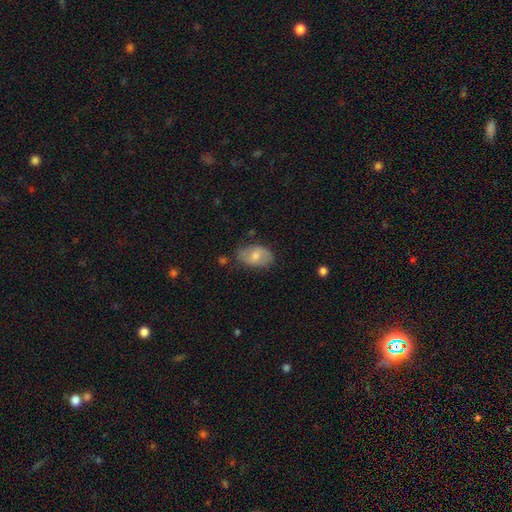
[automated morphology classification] smooth 58%, featured or disk 35%, star or artifact 7%. Down the decision tree: how rounded — in between (87%); merging — none (70%).